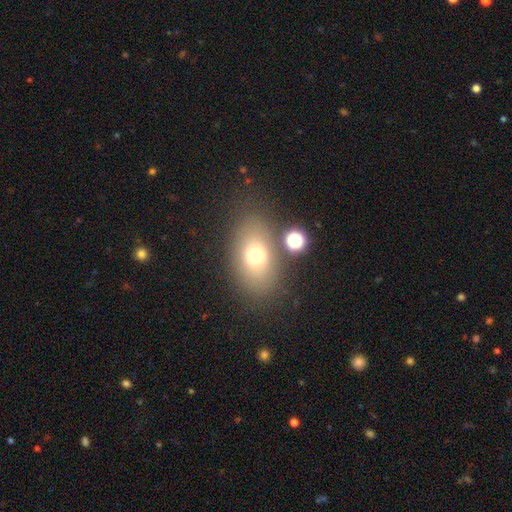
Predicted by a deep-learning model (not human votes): Smooth or featured?
  - smooth: 69% *
  - featured or disk: 17%
  - star or artifact: 14%
How rounded?
  - in between: 81% *
  - round: 17%
  - cigar-shaped: 2%
Merging?
  - none: 74% *
  - minor disturbance: 13%
  - merger: 7%
  - major disturbance: 6%